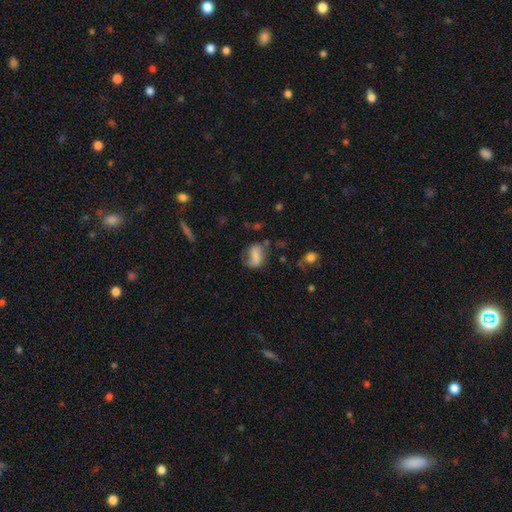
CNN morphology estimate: This appears to be a smooth galaxy with no disk features (56%) that is in between round and cigar-shaped (71%). Merging: none (48%).